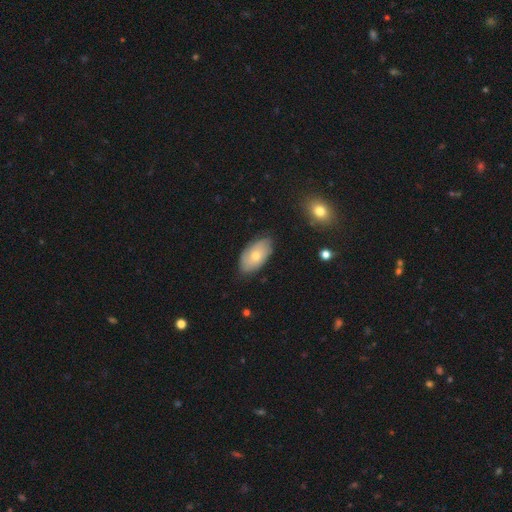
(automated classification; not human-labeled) Overall: smooth (60%; featured or disk 34%). How rounded: in between (94%). Merging: none (78%).